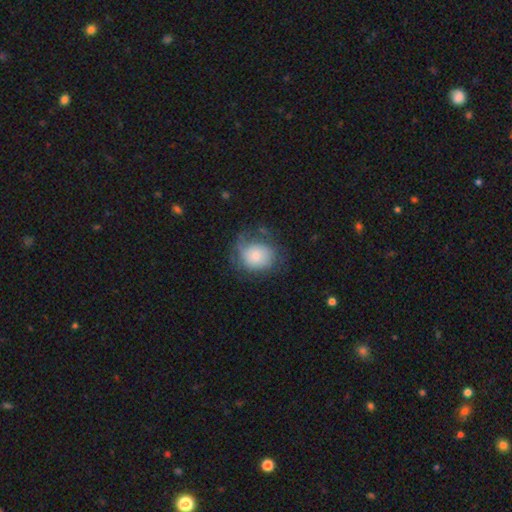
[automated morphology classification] The model was most divided on "smooth or featured": smooth: 51%, featured or disk: 41%, star or artifact: 8%. More confident: how rounded — round (68%); merging — none (50%).